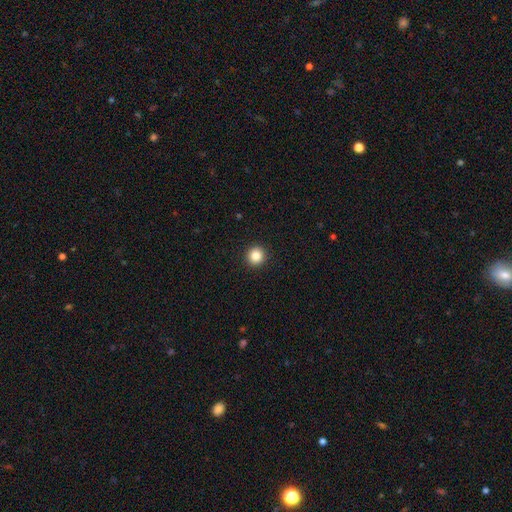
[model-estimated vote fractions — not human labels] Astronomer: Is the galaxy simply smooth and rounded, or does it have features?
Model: smooth — 85%.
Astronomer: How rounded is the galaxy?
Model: round — 94%.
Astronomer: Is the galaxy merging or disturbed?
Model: none — 93%.